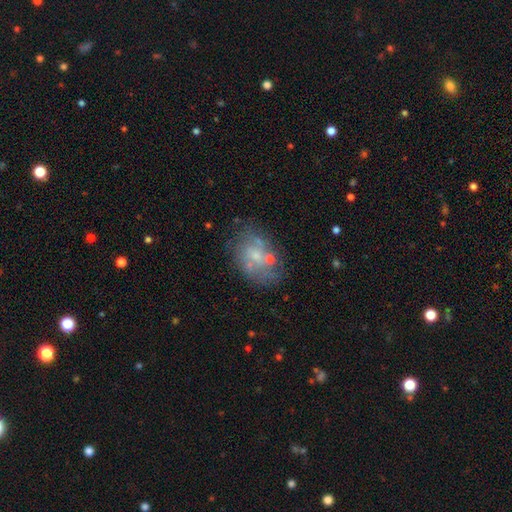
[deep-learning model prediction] The model was most divided on "spiral arms": no: 59%, yes: 41%. More confident: edge-on disk — no (97%); bar — no (78%); smooth or featured — featured or disk (57%); bulge size — small (54%); merging — none (53%).